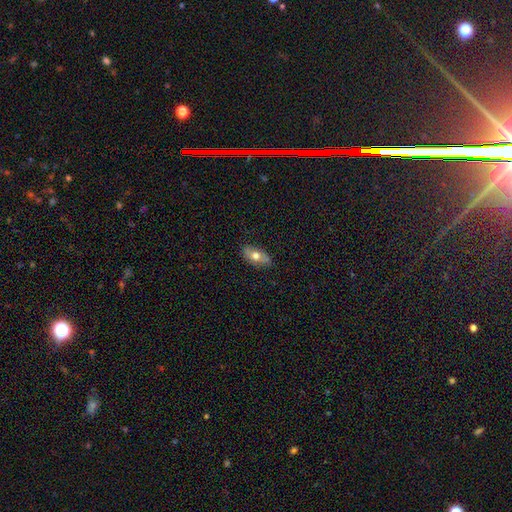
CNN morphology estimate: This is likely a smooth galaxy (65%). How rounded: clearly in between (89%). Merging: clearly none (81%).